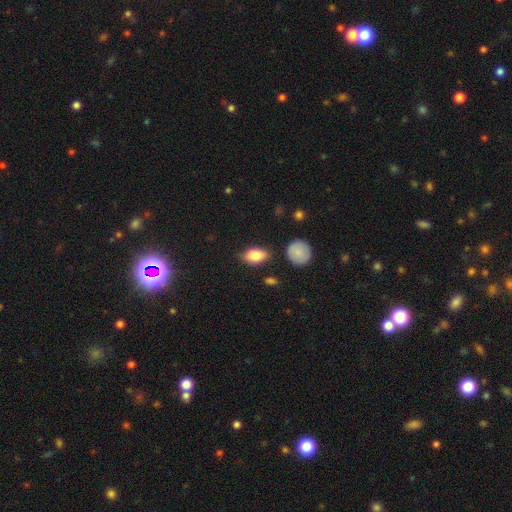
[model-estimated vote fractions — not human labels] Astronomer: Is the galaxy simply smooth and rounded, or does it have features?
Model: smooth — 82%.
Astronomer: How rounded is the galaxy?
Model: in between — 89%.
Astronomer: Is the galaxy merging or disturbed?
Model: none — 78%.